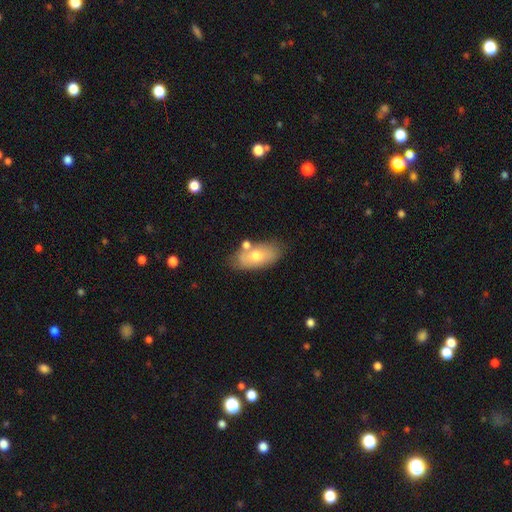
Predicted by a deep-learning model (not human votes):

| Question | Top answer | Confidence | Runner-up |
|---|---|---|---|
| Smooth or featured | smooth | 64% | featured or disk (30%) |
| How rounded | in between | 91% | round (5%) |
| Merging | none | 65% | minor disturbance (17%) |